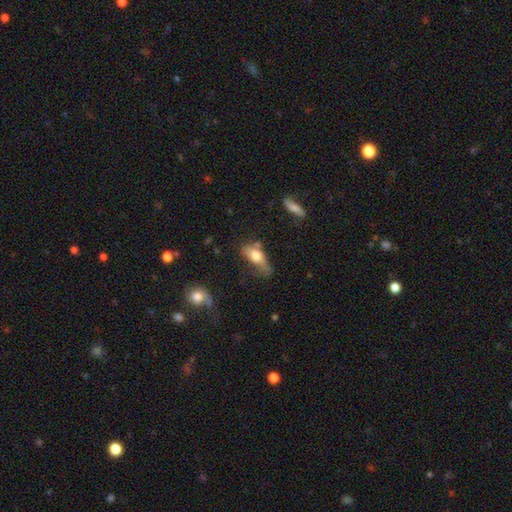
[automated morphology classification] This appears to be a smooth galaxy with no disk features (65%) that is in between round and cigar-shaped (73%). Merging: none (35%).